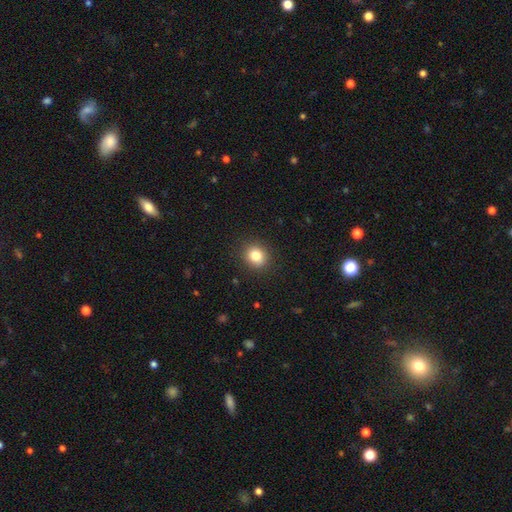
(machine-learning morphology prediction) type=smooth (82%); roundness=round (77%); merging=none (89%).